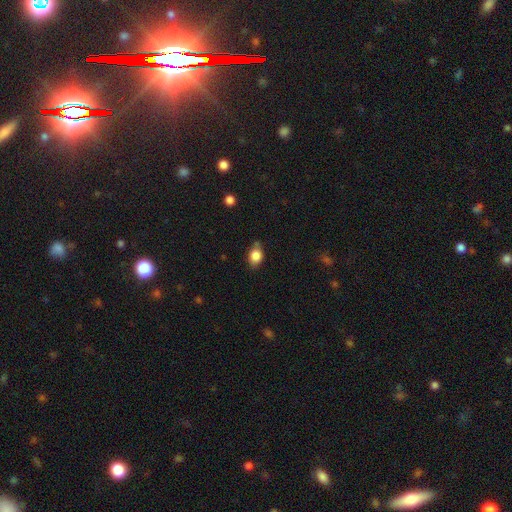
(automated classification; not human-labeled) smooth-or-featured: smooth: 83% | star or artifact: 9% | featured or disk: 8%
  how-rounded: in between: 64% | round: 34% | cigar-shaped: 2%
  merging: none: 68% | minor disturbance: 24% | major disturbance: 4% | merger: 4%